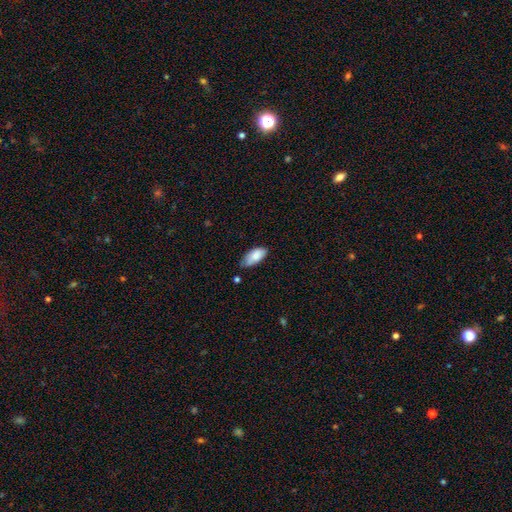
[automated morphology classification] Overall: smooth (82%). How rounded: in between (91%). Merging: none (56%; minor disturbance 35%).